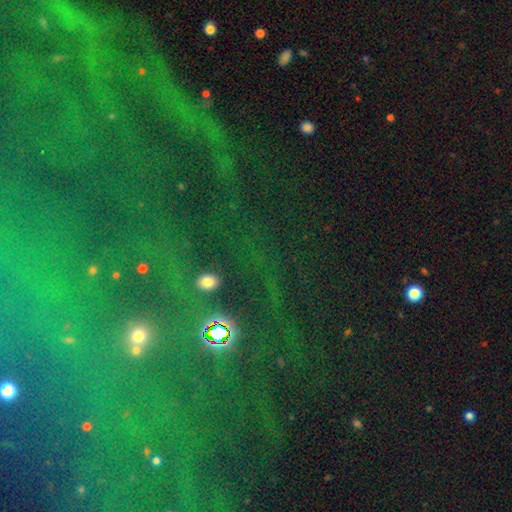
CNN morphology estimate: Overall: star or artifact (79%).